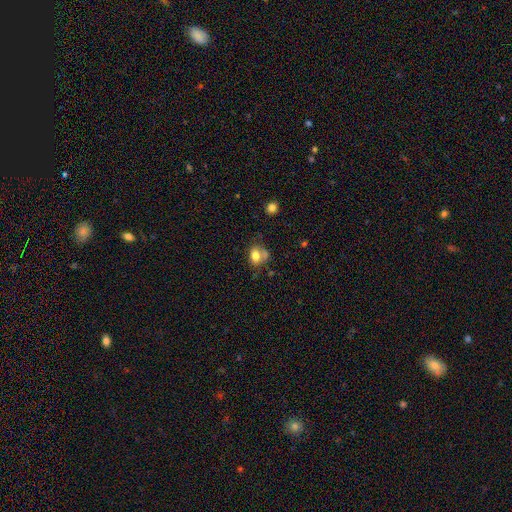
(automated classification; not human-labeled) Q: Smooth or featured?
A: smooth (75%); runner-up: featured or disk (14%)
Q: How rounded?
A: in between (60%); runner-up: round (39%)
Q: Merging?
A: none (43%); runner-up: merger (25%)